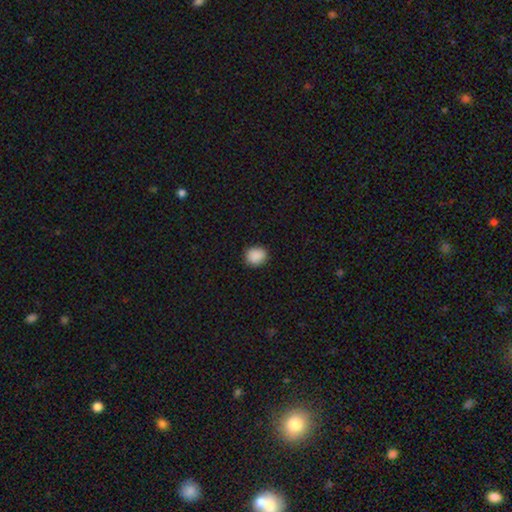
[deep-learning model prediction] This is clearly a smooth galaxy (89%). How rounded: likely round (68%). Merging: clearly none (88%).